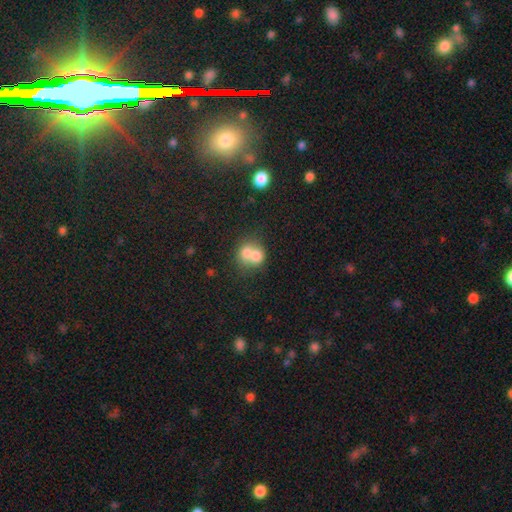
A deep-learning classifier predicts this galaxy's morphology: smooth-or-featured: smooth: 69% | featured or disk: 21% | star or artifact: 10%
  how-rounded: round: 68% | in between: 31% | cigar-shaped: 1%
  merging: merger: 70% | none: 21% | minor disturbance: 5% | major disturbance: 3%